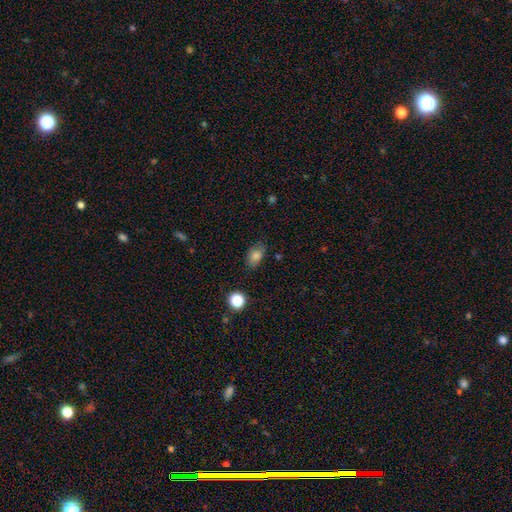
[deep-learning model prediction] Smooth or featured: smooth — 81% (star or artifact — 10%)
How rounded: in between — 85% (round — 13%)
Merging: none — 76% (minor disturbance — 18%)